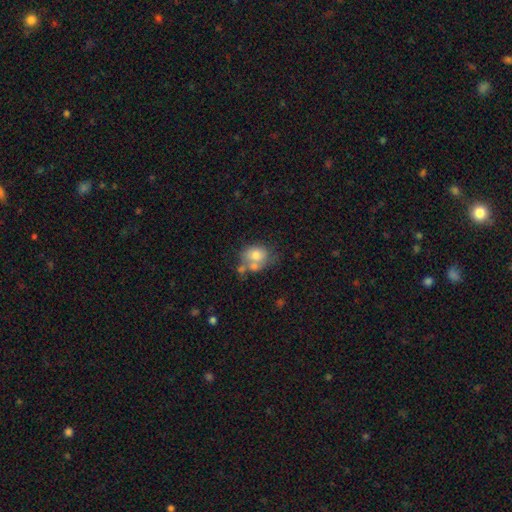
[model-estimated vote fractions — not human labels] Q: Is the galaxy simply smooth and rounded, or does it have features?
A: smooth — 70%.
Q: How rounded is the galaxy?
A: in between — 50%.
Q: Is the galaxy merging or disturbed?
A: merger — 38%.